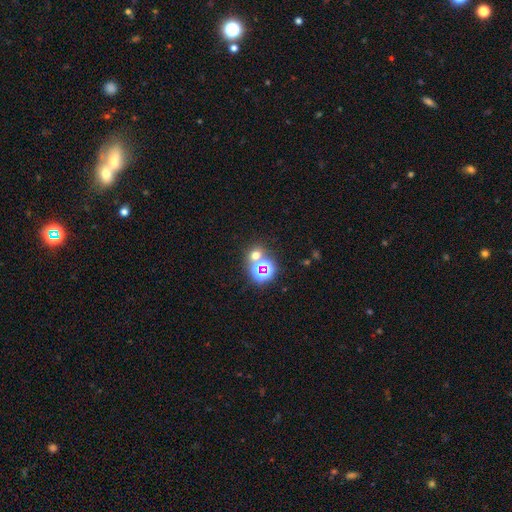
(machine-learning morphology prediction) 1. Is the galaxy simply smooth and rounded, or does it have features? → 49% smooth, 42% star or artifact, 9% featured or disk.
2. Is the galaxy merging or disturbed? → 66% none, 23% merger, 7% minor disturbance, 4% major disturbance.